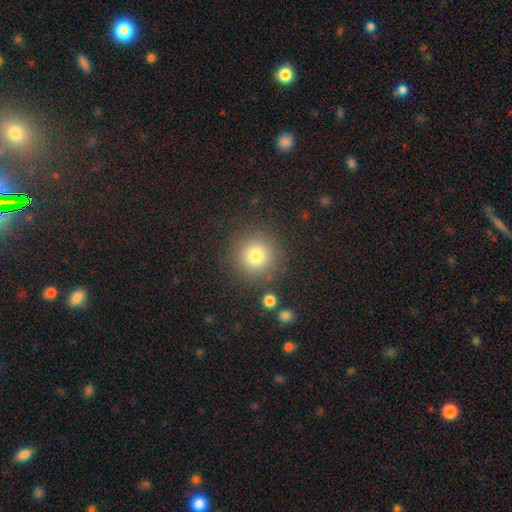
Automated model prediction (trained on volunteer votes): Q: Smooth or featured?
A: smooth (78%); runner-up: star or artifact (13%)
Q: How rounded?
A: round (95%); runner-up: in between (4%)
Q: Merging?
A: none (85%); runner-up: minor disturbance (8%)